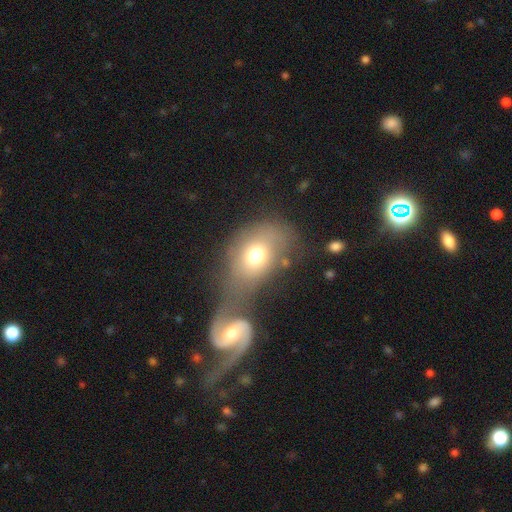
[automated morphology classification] A smooth galaxy with no disk features (67%) that is in between round and cigar-shaped (66%). Merging: merger (38%).